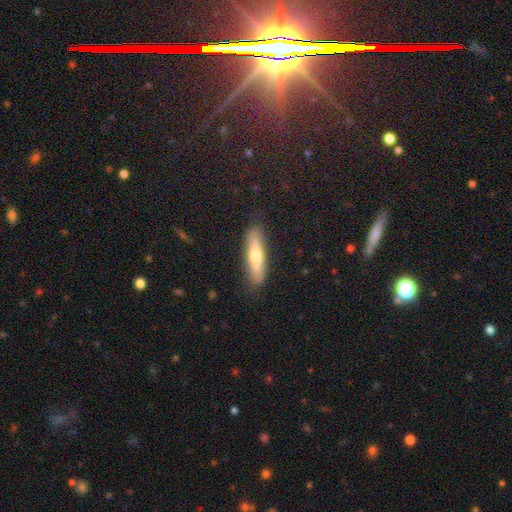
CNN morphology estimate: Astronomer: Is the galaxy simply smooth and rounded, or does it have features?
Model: smooth — 56% (runner-up: featured or disk, 36%).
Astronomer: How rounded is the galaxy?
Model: cigar-shaped — 78%.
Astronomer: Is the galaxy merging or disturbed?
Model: none — 87%.